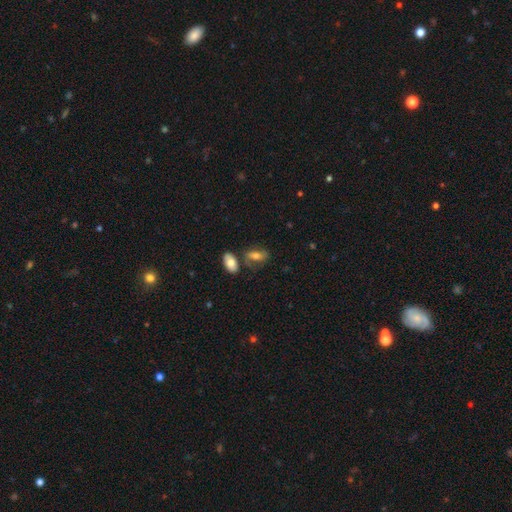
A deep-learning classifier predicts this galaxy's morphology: Overall: smooth (62%; featured or disk 29%). How rounded: in between (83%). Merging: none (55%; merger 20%).